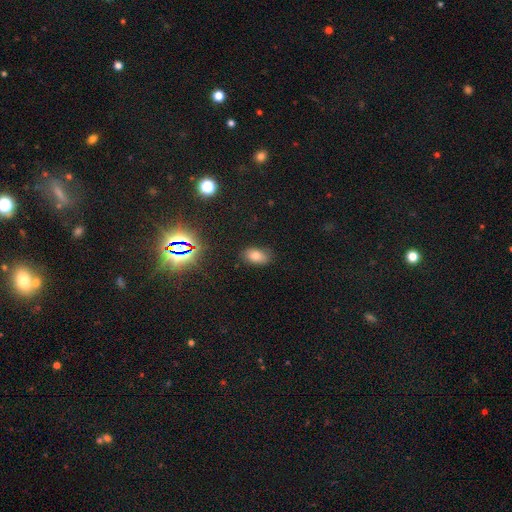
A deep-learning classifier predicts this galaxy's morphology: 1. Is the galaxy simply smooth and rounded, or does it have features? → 74% smooth, 17% star or artifact, 10% featured or disk.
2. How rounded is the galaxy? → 89% in between, 8% round, 2% cigar-shaped.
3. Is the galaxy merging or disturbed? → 82% none, 13% minor disturbance, 3% major disturbance, 2% merger.